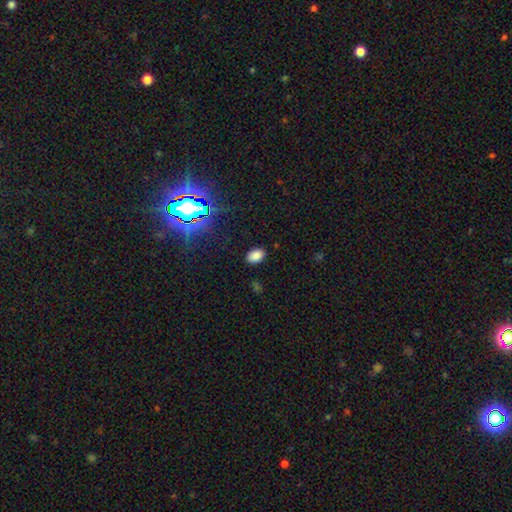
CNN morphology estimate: This is clearly a smooth galaxy (81%). How rounded: clearly in between (88%). Merging: clearly none (87%).